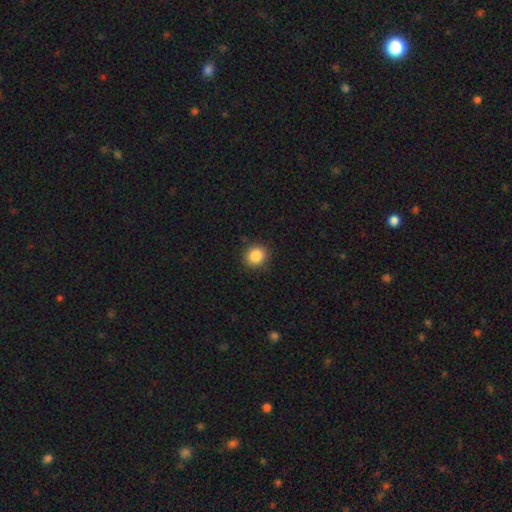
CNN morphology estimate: Q: Smooth or featured?
A: smooth (86%); runner-up: star or artifact (10%)
Q: How rounded?
A: round (85%); runner-up: in between (14%)
Q: Merging?
A: none (90%); runner-up: minor disturbance (7%)